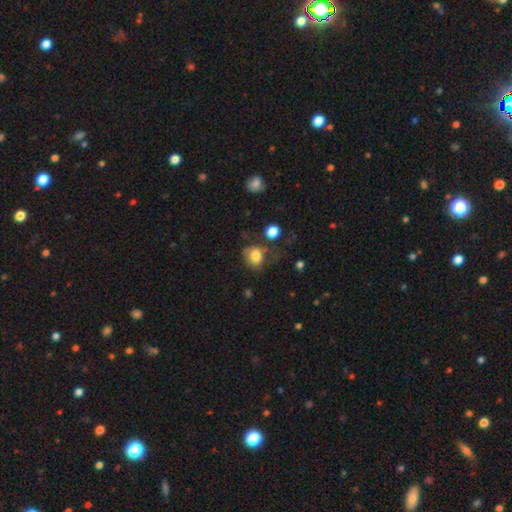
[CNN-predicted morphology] Smooth or featured? Predicted: smooth (p=0.79). How rounded? Predicted: round (p=0.52). Merging? Predicted: none (p=0.48).